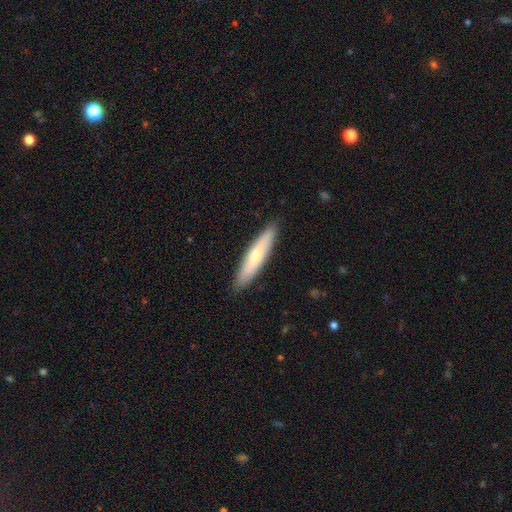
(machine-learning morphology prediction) Smooth or featured?
  - smooth: 59% *
  - featured or disk: 36%
  - star or artifact: 6%
How rounded?
  - cigar-shaped: 82% *
  - in between: 16%
  - round: 1%
Merging?
  - none: 89% *
  - minor disturbance: 8%
  - major disturbance: 2%
  - merger: 1%